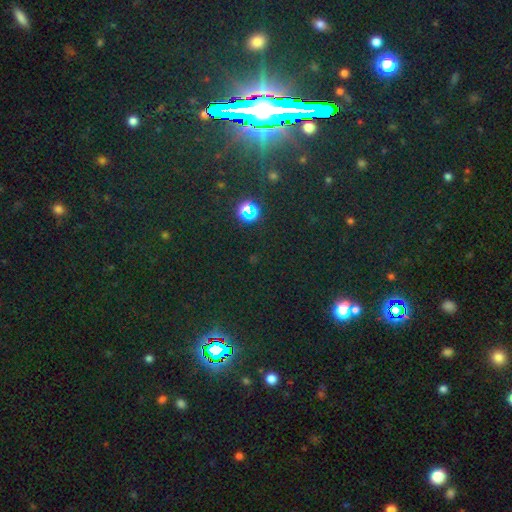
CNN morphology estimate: This is likely a star or artifact rather than a galaxy (76%).